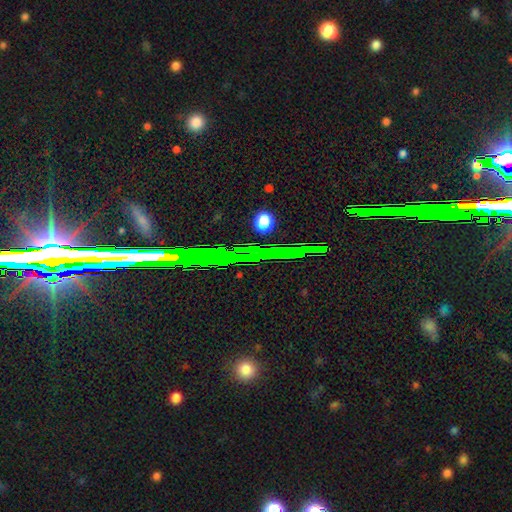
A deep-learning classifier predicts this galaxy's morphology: type=star or artifact (80%).